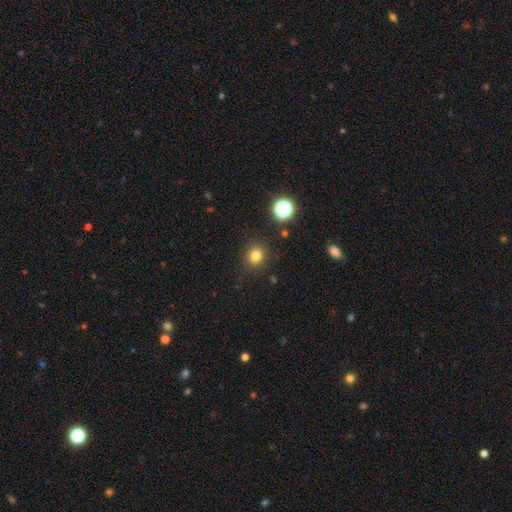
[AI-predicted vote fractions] Smooth or featured: smooth — 80% (star or artifact — 14%)
How rounded: round — 80% (in between — 19%)
Merging: none — 87% (minor disturbance — 8%)